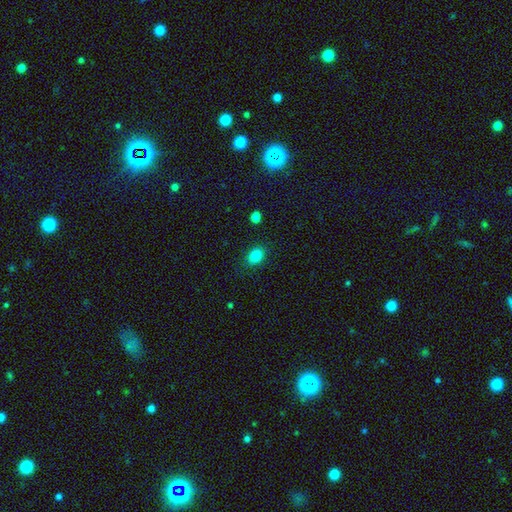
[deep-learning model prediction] smooth-or-featured: smooth: 85% | star or artifact: 10% | featured or disk: 6%
  how-rounded: in between: 76% | round: 22% | cigar-shaped: 1%
  merging: none: 85% | minor disturbance: 10% | major disturbance: 3% | merger: 2%